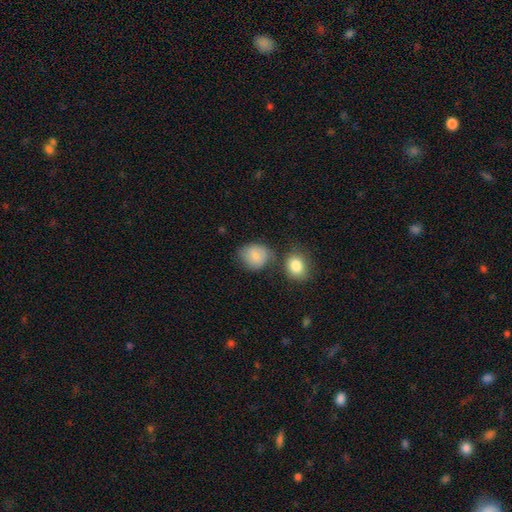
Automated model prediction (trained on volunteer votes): smooth-or-featured: smooth: 82% | featured or disk: 10% | star or artifact: 8%
  how-rounded: round: 67% | in between: 32% | cigar-shaped: 1%
  merging: none: 59% | minor disturbance: 21% | merger: 14% | major disturbance: 7%